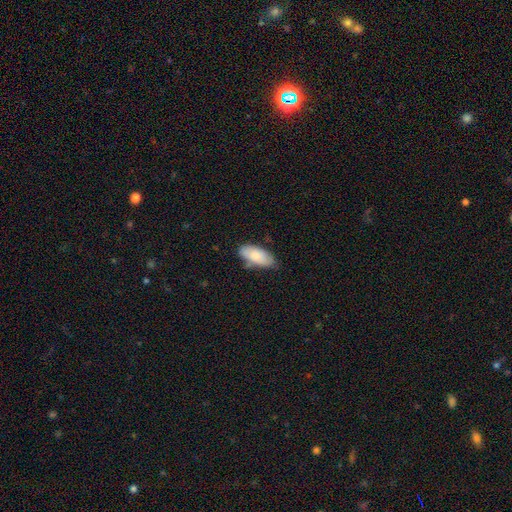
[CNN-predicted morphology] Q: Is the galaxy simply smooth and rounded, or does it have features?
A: smooth — 82%.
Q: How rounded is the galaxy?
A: in between — 90%.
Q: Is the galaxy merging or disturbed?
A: none — 66%.